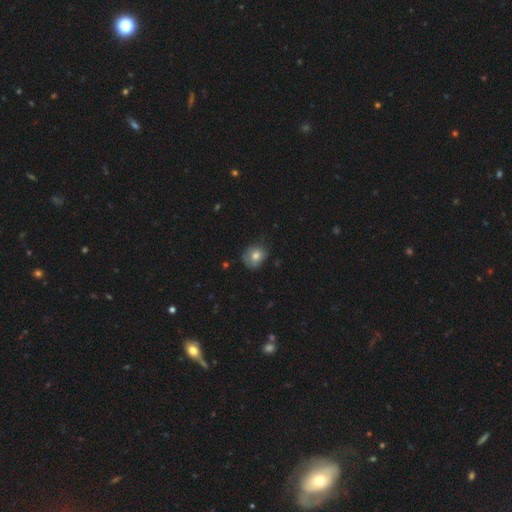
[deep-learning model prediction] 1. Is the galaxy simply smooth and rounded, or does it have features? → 75% smooth, 16% featured or disk, 9% star or artifact.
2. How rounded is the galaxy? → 73% round, 26% in between, 1% cigar-shaped.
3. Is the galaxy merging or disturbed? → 65% none, 27% minor disturbance, 7% major disturbance, 2% merger.